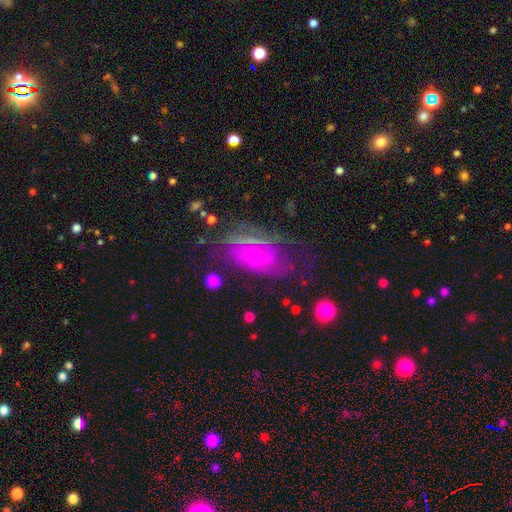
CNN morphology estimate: Smooth or featured: featured or disk — 67% (smooth — 22%)
Edge-on disk: no — 93% (yes — 7%)
Bar: no — 66% (weak — 28%)
Spiral arms: yes — 77% (no — 23%)
Bulge size: small — 51% (moderate — 34%)
Merging: none — 51% (minor disturbance — 24%)